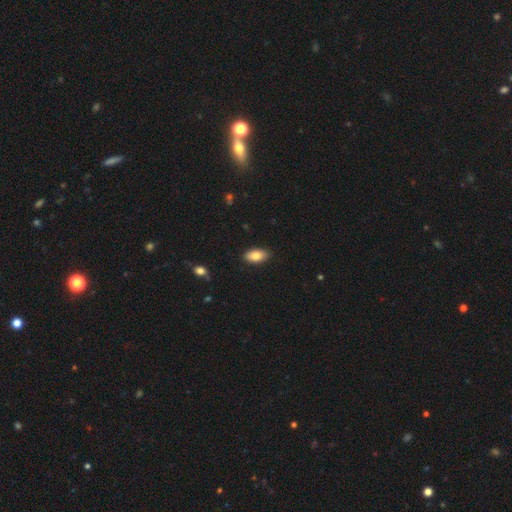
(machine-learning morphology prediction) Smooth or featured? smooth (82%)
How rounded? in between (91%)
Merging? none (88%)